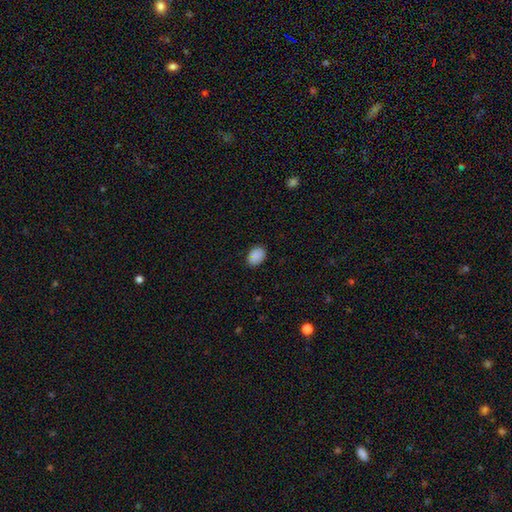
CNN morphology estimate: Smooth or featured: smooth — 88% (star or artifact — 8%)
How rounded: in between — 76% (round — 23%)
Merging: none — 82% (minor disturbance — 14%)